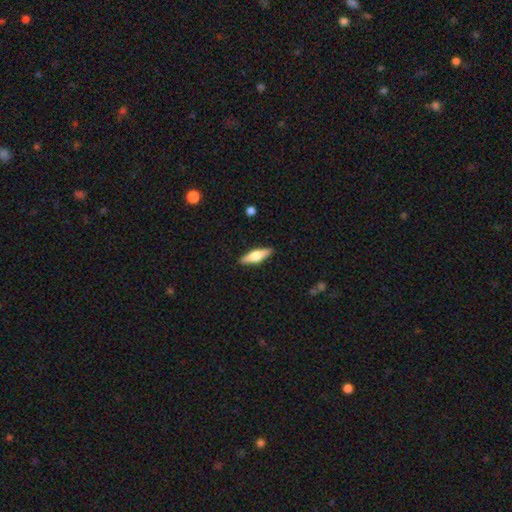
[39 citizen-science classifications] Q: Smooth or featured?
A: featured or disk (51%); runner-up: smooth (44%)
Q: Edge-on disk?
A: yes (100%)
Q: Edge-on bulge?
A: rounded (100%)
Q: Merging?
A: none (95%); runner-up: minor disturbance (3%)